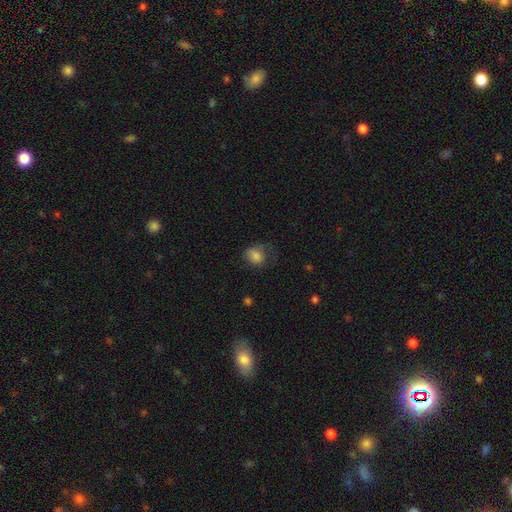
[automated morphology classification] Smooth or featured? smooth (80%)
How rounded? in between (54%)
Merging? none (47%)